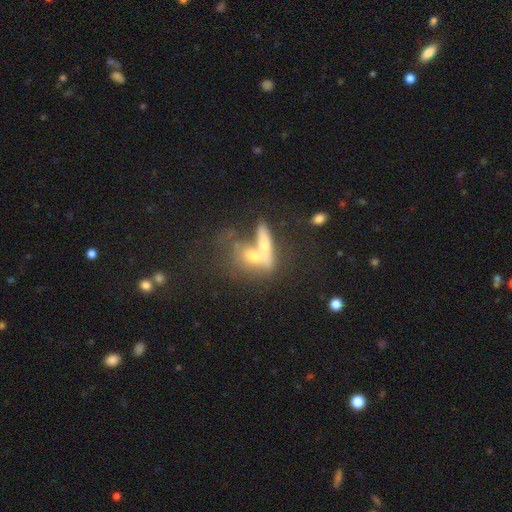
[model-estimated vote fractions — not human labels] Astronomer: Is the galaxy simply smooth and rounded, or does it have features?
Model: featured or disk — 47% (runner-up: smooth, 38%).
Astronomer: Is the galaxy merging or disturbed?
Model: merger — 58%.